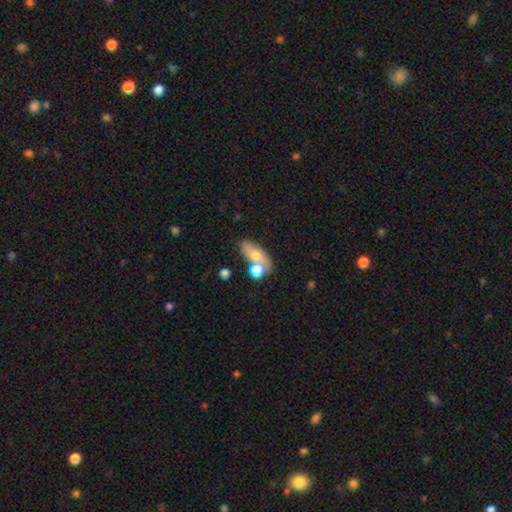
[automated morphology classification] smooth-or-featured: smooth: 65% | featured or disk: 26% | star or artifact: 9%
  how-rounded: in between: 71% | round: 15% | cigar-shaped: 14%
  merging: none: 44% | merger: 35% | minor disturbance: 15% | major disturbance: 7%